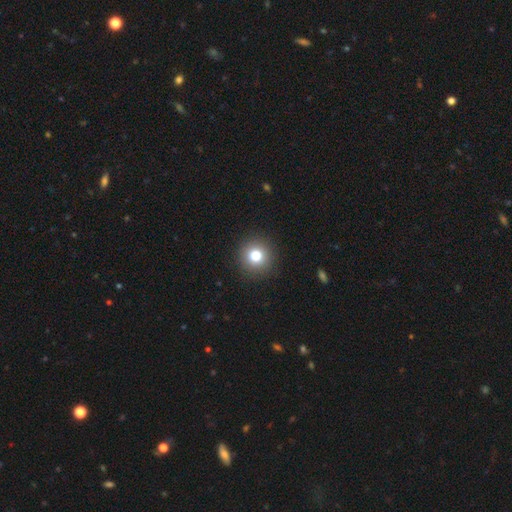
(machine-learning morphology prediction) smooth 79%, star or artifact 12%, featured or disk 8%. Down the decision tree: how rounded — round (94%); merging — none (92%).